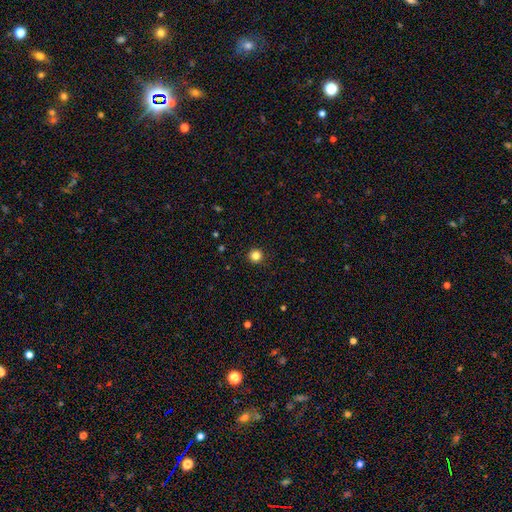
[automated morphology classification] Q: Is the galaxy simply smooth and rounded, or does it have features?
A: smooth — 84%.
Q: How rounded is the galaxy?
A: round — 96%.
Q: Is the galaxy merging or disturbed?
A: none — 93%.